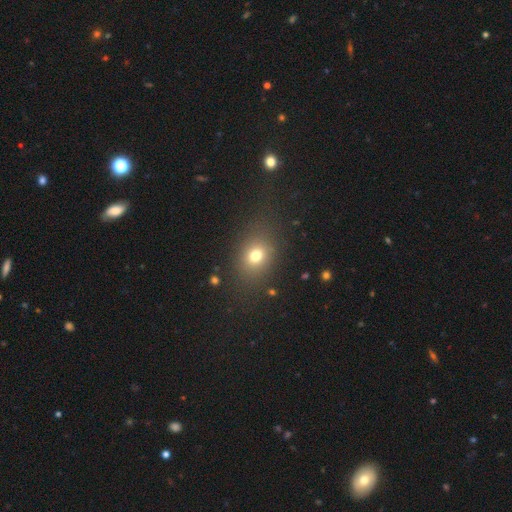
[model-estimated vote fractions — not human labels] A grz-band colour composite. It shows a smooth galaxy with no disk features (74%) that is in between round and cigar-shaped (53%). Merging: none (79%).